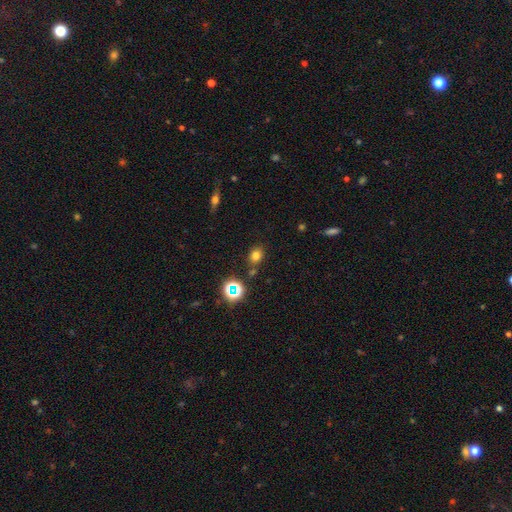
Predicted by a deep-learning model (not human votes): smooth-or-featured: smooth: 73% | star or artifact: 20% | featured or disk: 7%
  how-rounded: round: 56% | in between: 43% | cigar-shaped: 1%
  merging: none: 78% | minor disturbance: 11% | merger: 7% | major disturbance: 3%